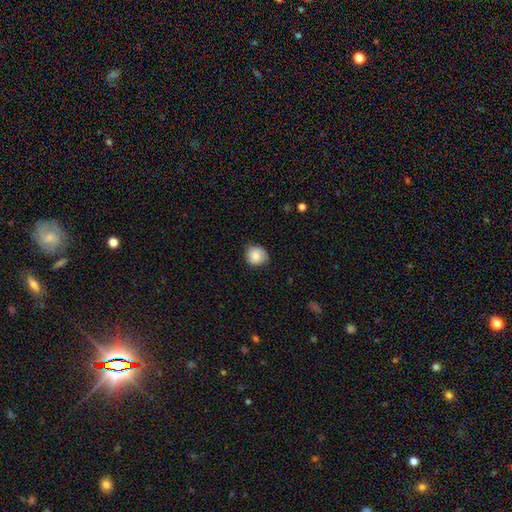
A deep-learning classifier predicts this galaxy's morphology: A smooth galaxy with no disk features (82%) that is round (82%). Merging: none (73%).